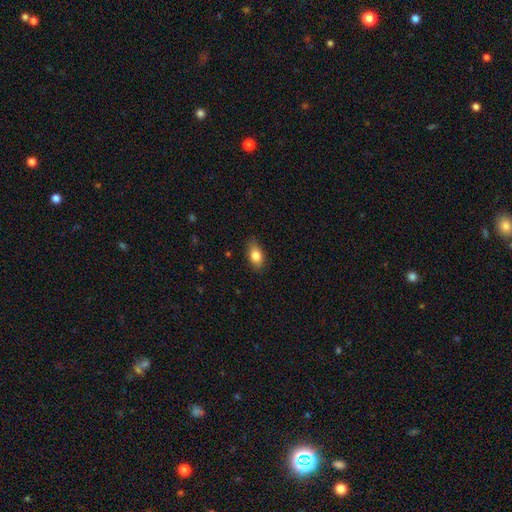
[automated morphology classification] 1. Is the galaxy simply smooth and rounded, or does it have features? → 82% smooth, 10% featured or disk, 8% star or artifact.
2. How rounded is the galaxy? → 86% in between, 10% round, 5% cigar-shaped.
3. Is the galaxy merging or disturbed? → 82% none, 14% minor disturbance, 3% major disturbance, 1% merger.